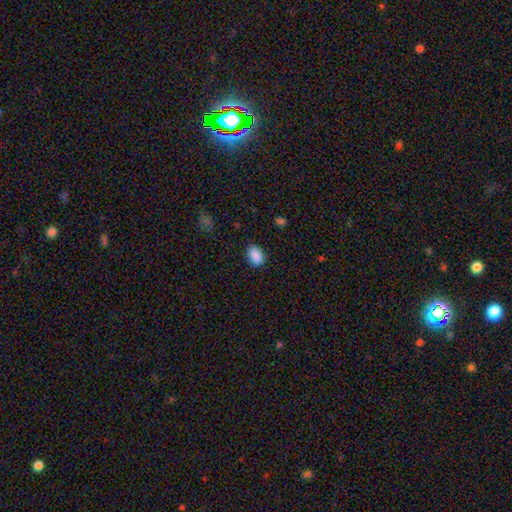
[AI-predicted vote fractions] This is clearly a smooth galaxy (89%). How rounded: clearly in between (84%). Merging: clearly none (84%).